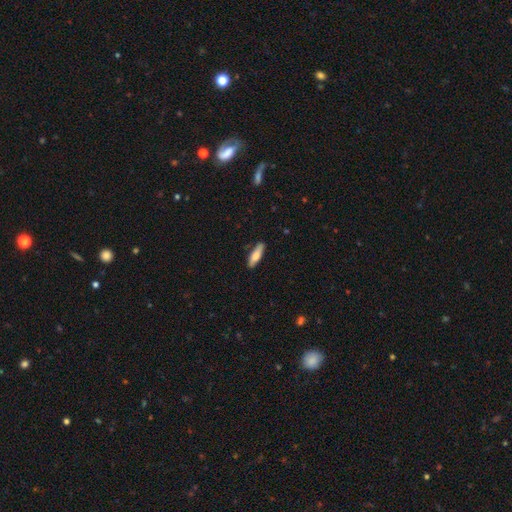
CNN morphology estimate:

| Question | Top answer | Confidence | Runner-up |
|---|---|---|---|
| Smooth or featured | smooth | 72% | featured or disk (22%) |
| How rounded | cigar-shaped | 57% | in between (41%) |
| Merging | none | 83% | minor disturbance (13%) |